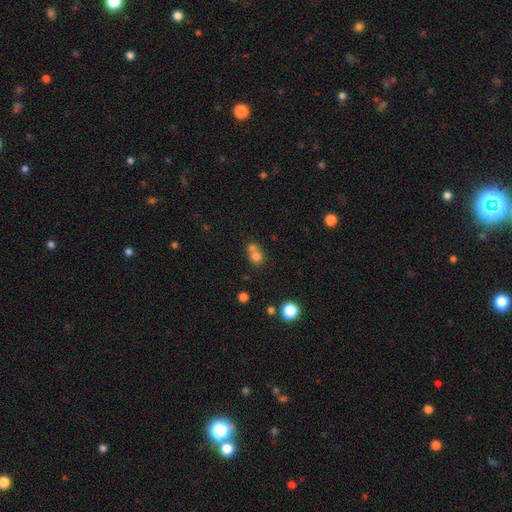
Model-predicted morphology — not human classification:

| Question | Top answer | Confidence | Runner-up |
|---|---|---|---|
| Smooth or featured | smooth | 74% | star or artifact (14%) |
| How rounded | round | 78% | in between (21%) |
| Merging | merger | 53% | none (37%) |